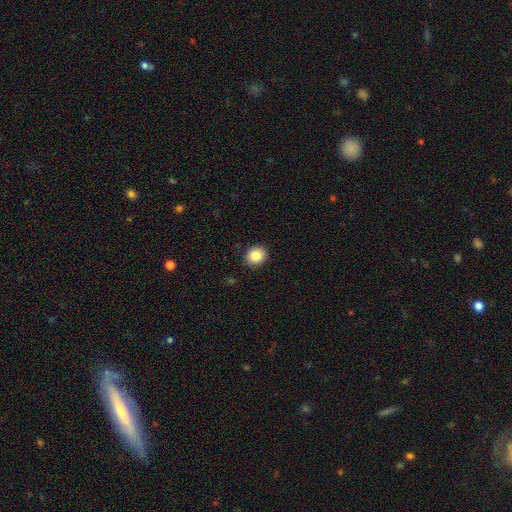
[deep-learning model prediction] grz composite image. It shows a smooth galaxy with no disk features (84%) that is round (75%). Merging: none (90%).